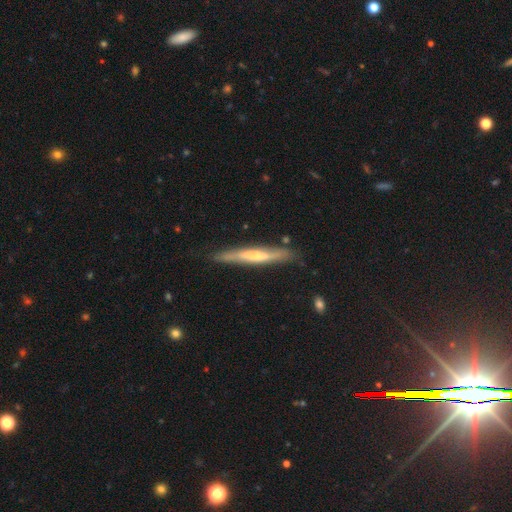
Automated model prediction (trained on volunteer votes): Overall: featured or disk (50%; smooth 45%). Merging: none (80%).